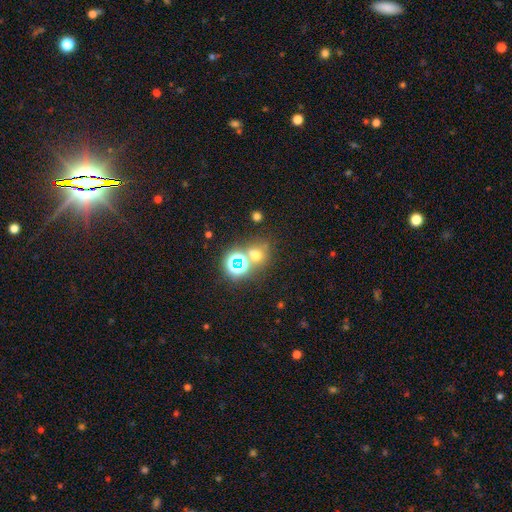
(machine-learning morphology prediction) smooth_or_featured: smooth (p=0.47) [alt: star or artifact p=0.43]
merging: none (p=0.63) [alt: merger p=0.22]